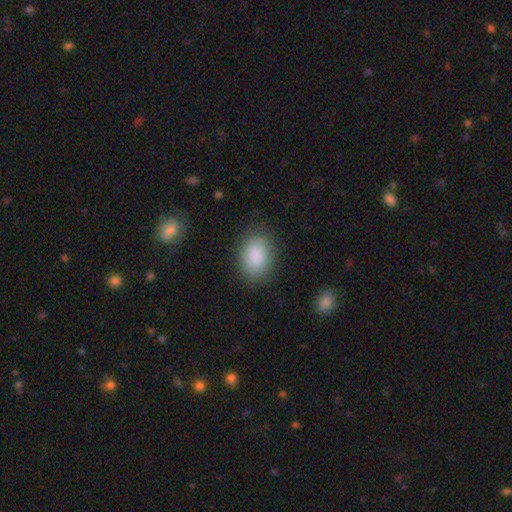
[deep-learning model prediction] Smooth or featured? smooth (89%)
How rounded? in between (82%)
Merging? none (84%)